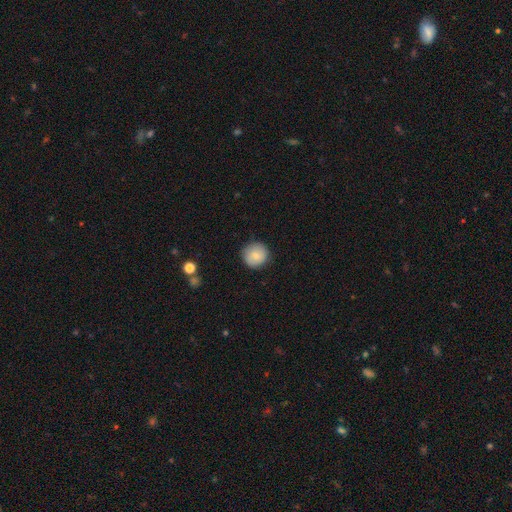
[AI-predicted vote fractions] This is likely a smooth galaxy (77%). How rounded: clearly round (94%). Merging: clearly none (87%).